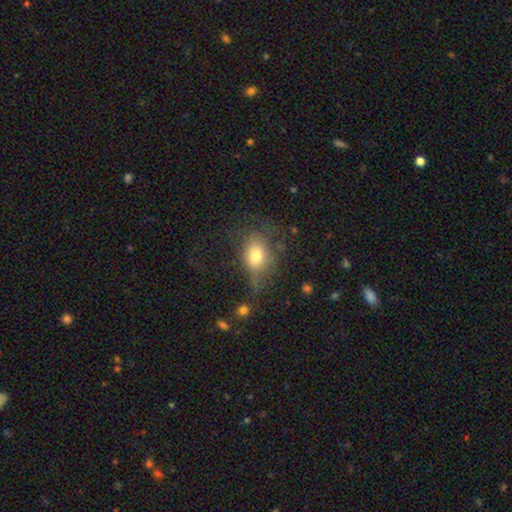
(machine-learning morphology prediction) Smooth or featured? Predicted: smooth (p=0.72). How rounded? Predicted: in between (p=0.68). Merging? Predicted: none (p=0.49).